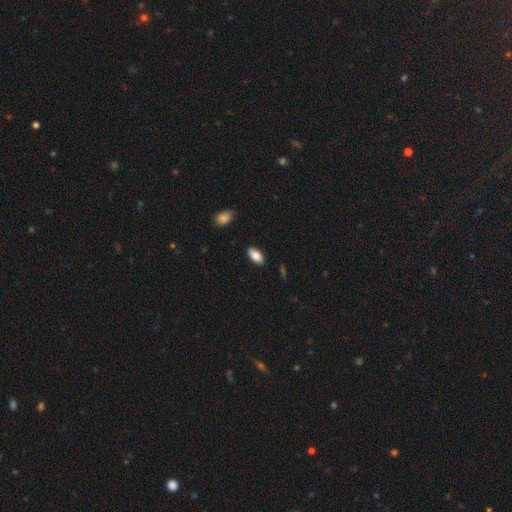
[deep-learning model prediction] A smooth galaxy with no disk features (85%) that is in between round and cigar-shaped (93%).

Vote fractions:
- Smooth or featured? smooth: 85% / featured or disk: 8% / star or artifact: 7%
- How rounded? in between: 93% / cigar-shaped: 4% / round: 3%
- Merging? none: 88% / minor disturbance: 9% / major disturbance: 2% / merger: 1%